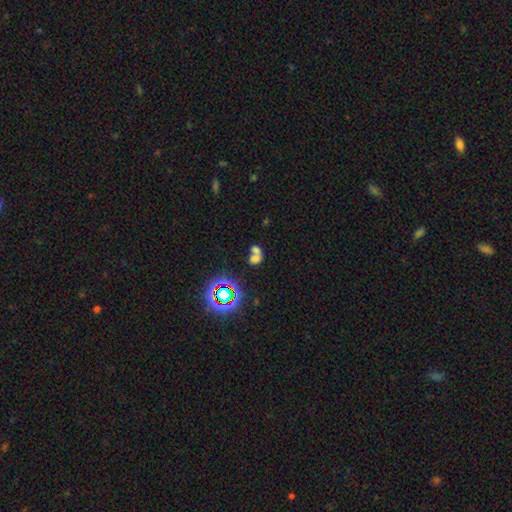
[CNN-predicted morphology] Smooth or featured? Predicted: smooth (p=0.58). How rounded? Predicted: in between (p=0.57). Merging? Predicted: merger (p=0.67).